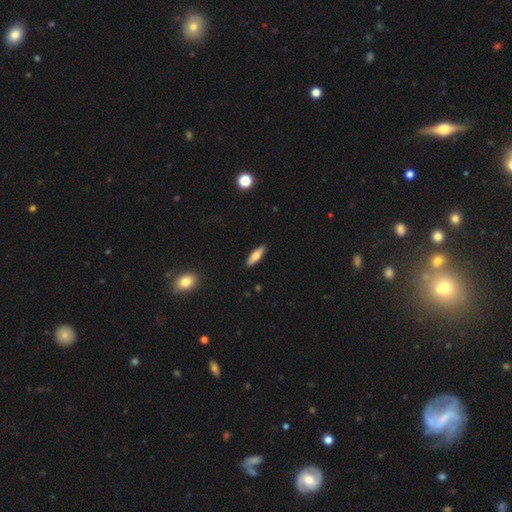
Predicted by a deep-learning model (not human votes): This is likely a smooth galaxy (67%). How rounded: possibly cigar-shaped (54%). Merging: clearly none (90%).